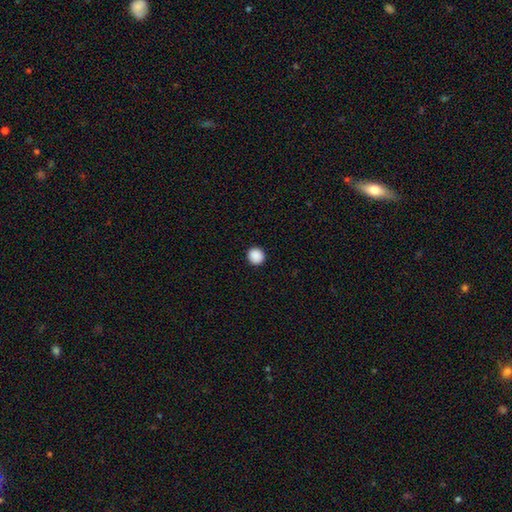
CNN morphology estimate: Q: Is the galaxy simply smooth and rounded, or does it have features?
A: smooth — 90%.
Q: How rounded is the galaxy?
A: round — 93%.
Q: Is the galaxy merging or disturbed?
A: none — 93%.